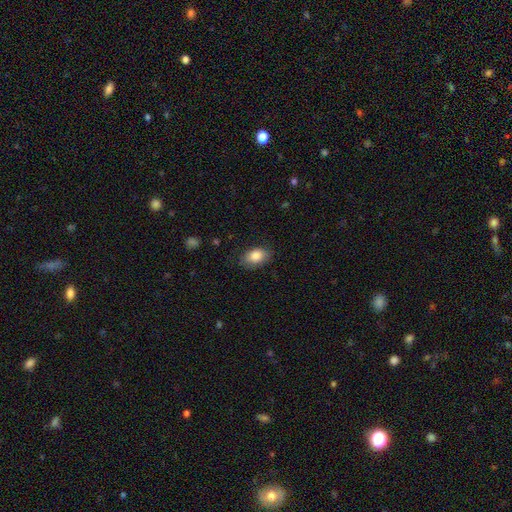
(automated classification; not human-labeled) A smooth galaxy with no disk features (85%) that is in between round and cigar-shaped (87%). Merging: none (80%).